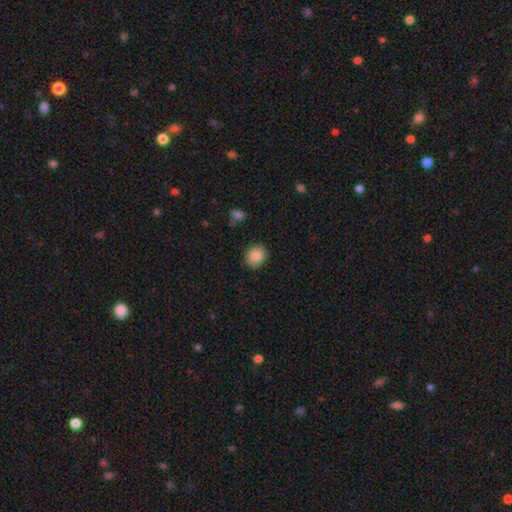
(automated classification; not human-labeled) The model was most divided on "how rounded": round: 76%, in between: 23%, cigar-shaped: 1%. More confident: merging — none (86%); smooth or featured — smooth (85%).